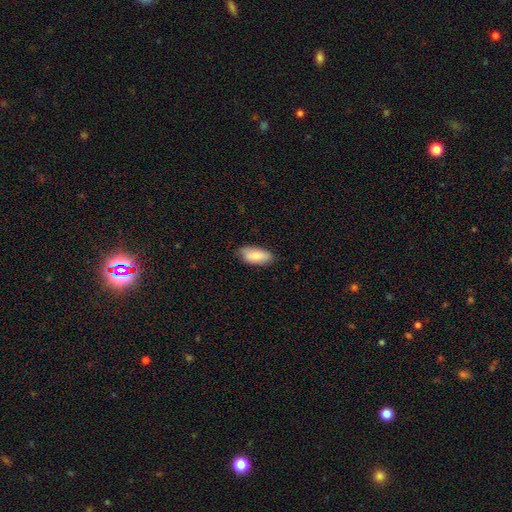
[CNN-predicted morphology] Overall: smooth (80%). How rounded: in between (89%). Merging: none (82%).